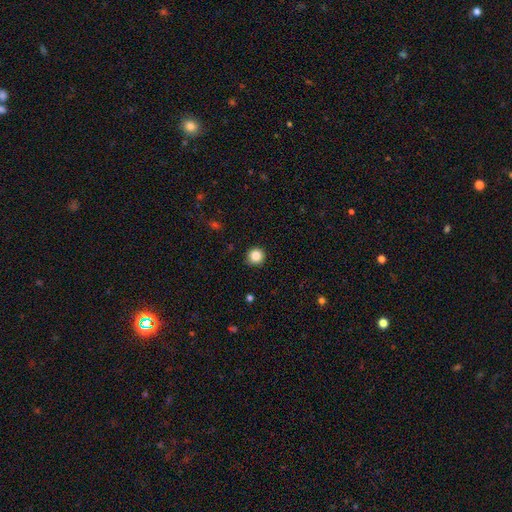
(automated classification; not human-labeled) Smooth or featured? Predicted: smooth (p=0.85). How rounded? Predicted: round (p=0.94). Merging? Predicted: none (p=0.91).